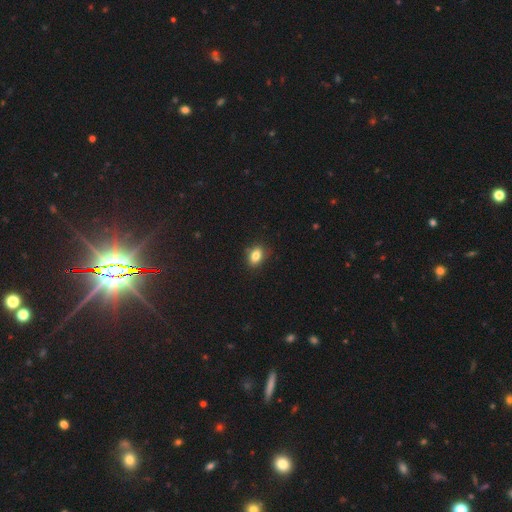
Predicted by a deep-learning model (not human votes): Overall: smooth (83%). How rounded: in between (79%). Merging: none (83%).